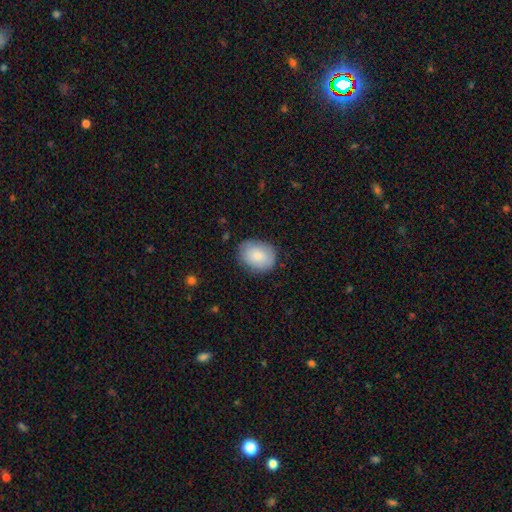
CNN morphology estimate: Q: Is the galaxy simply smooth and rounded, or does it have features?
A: smooth — 81%.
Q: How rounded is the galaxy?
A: in between — 59%.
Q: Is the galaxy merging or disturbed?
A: none — 79%.